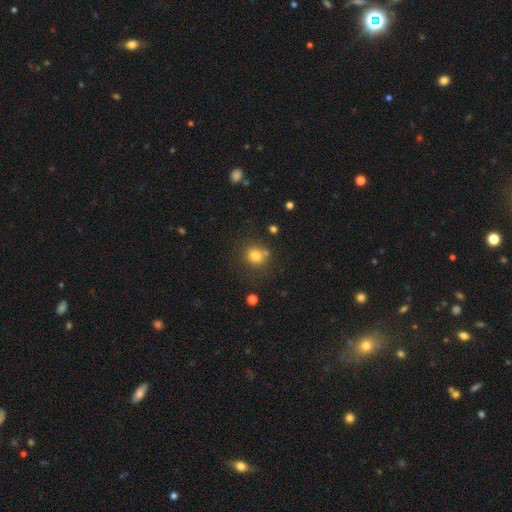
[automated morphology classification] smooth 79%, star or artifact 13%, featured or disk 7%. Down the decision tree: how rounded — round (84%); merging — none (72%).